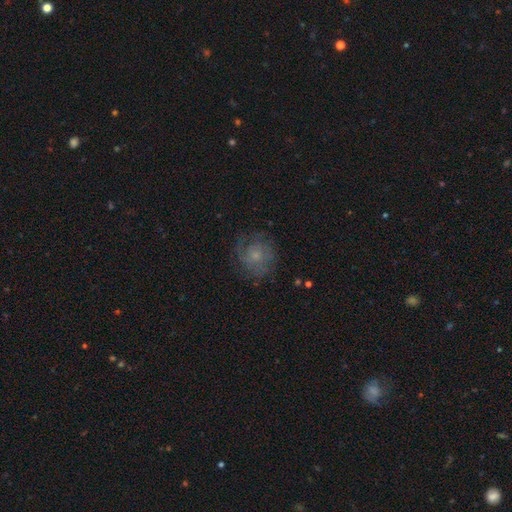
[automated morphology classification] Q: Smooth or featured?
A: featured or disk (48%); runner-up: smooth (41%)
Q: Merging?
A: none (67%); runner-up: minor disturbance (19%)